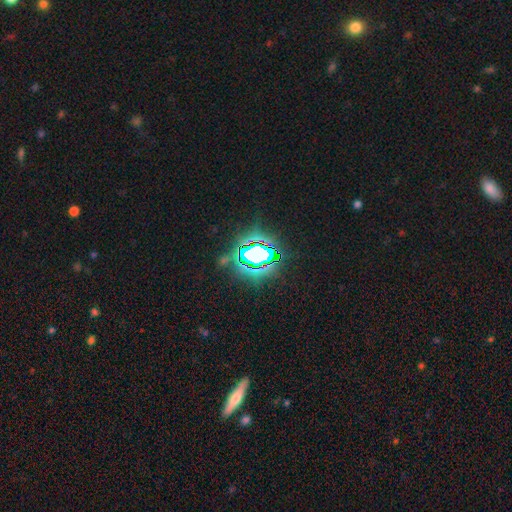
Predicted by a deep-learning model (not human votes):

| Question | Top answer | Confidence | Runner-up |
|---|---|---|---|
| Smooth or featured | star or artifact | 69% | smooth (18%) |